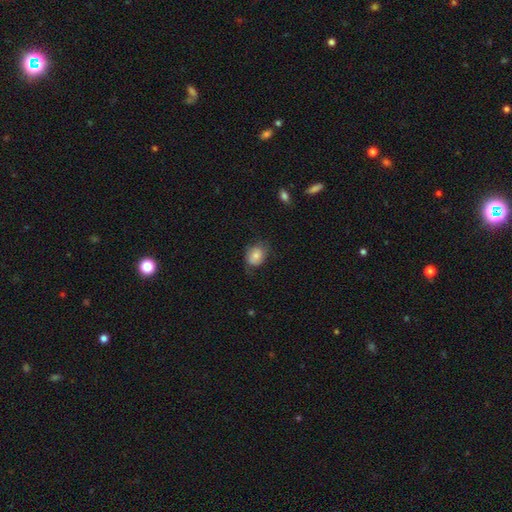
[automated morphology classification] Smooth or featured: smooth — 76% (featured or disk — 16%)
How rounded: in between — 61% (round — 38%)
Merging: none — 60% (minor disturbance — 29%)